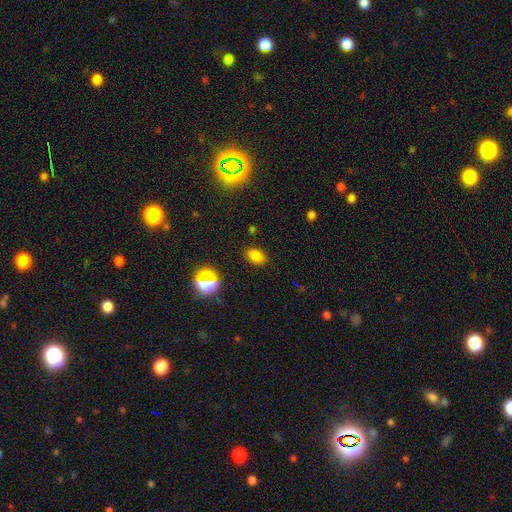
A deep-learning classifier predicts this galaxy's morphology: smooth 77%, star or artifact 17%, featured or disk 6%. Down the decision tree: how rounded — in between (82%); merging — none (86%).